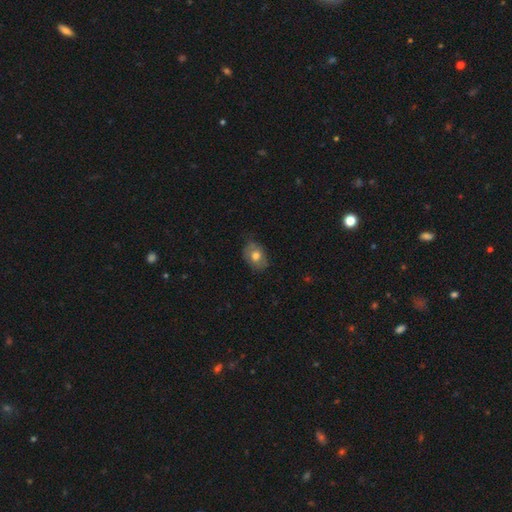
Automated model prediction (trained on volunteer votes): smooth 66%, featured or disk 26%, star or artifact 8%. Down the decision tree: how rounded — in between (75%); merging — none (69%).